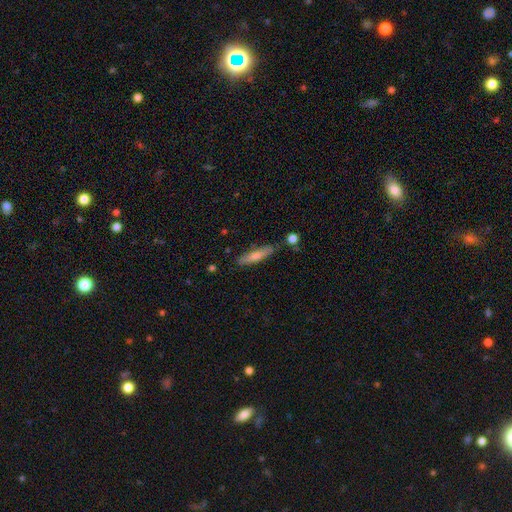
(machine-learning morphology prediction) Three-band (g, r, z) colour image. It shows a smooth galaxy with no disk features (62%) that is cigar-shaped (86%). Merging: none (82%).